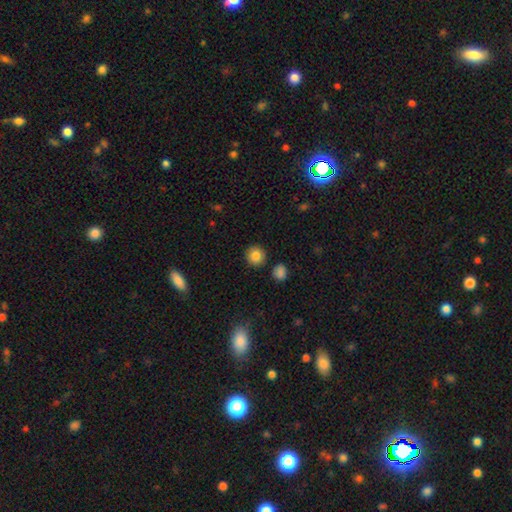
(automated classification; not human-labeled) Q: Smooth or featured?
A: smooth (85%); runner-up: star or artifact (9%)
Q: How rounded?
A: round (92%); runner-up: in between (7%)
Q: Merging?
A: none (89%); runner-up: minor disturbance (6%)